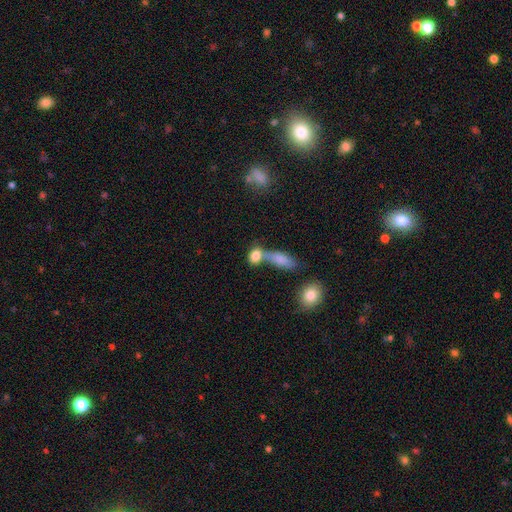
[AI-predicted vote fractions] This is clearly a smooth galaxy (81%). How rounded: likely in between (62%). Merging: possibly merger (48%).